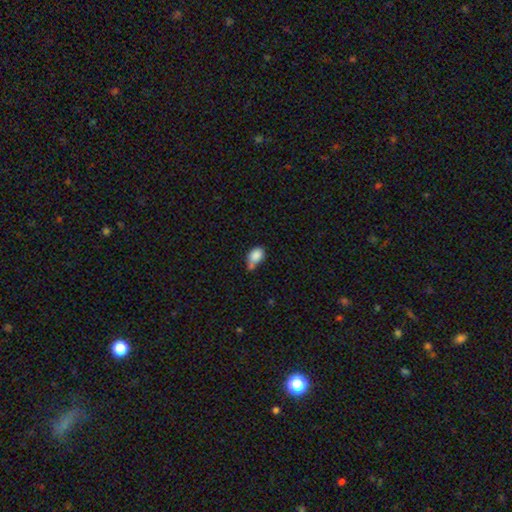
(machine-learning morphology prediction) Smooth or featured? Predicted: smooth (p=0.84). How rounded? Predicted: in between (p=0.76). Merging? Predicted: none (p=0.34).